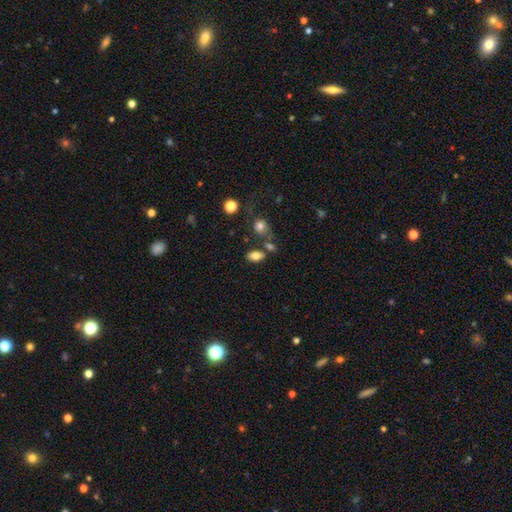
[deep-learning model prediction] smooth 78%, featured or disk 12%, star or artifact 9%. Down the decision tree: how rounded — in between (88%); merging — none (68%).